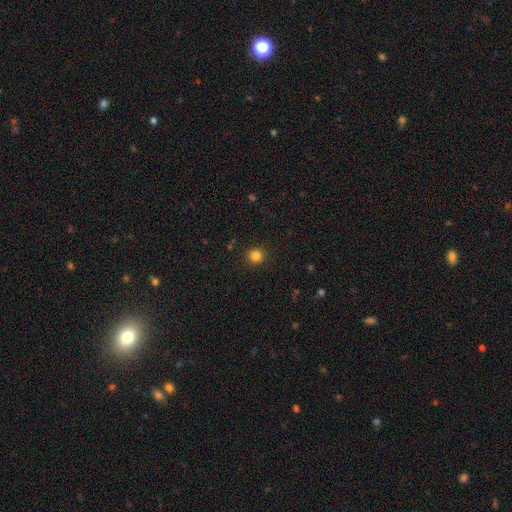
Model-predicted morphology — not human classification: A smooth galaxy with no disk features (83%) that is round (93%). Merging: none (92%).